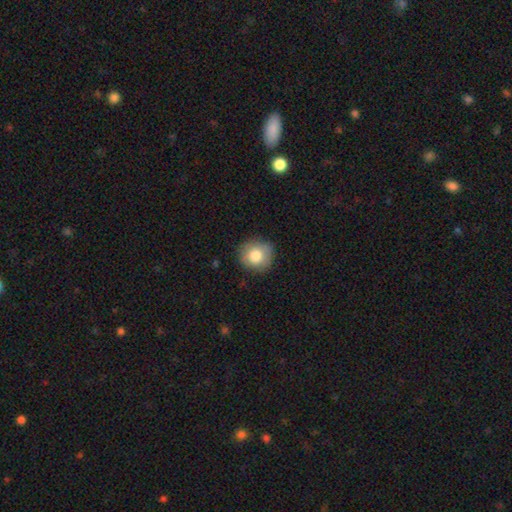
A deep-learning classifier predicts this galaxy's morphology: Smooth or featured: smooth — 82% (featured or disk — 10%)
How rounded: round — 88% (in between — 11%)
Merging: none — 83% (minor disturbance — 13%)